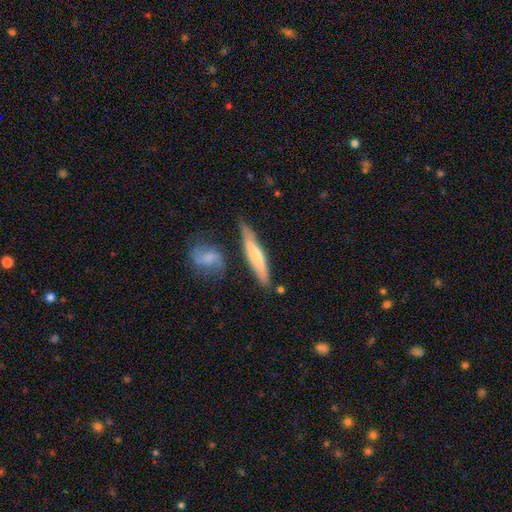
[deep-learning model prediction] This appears to be a smooth galaxy with no disk features (48%). Merging: none (69%).